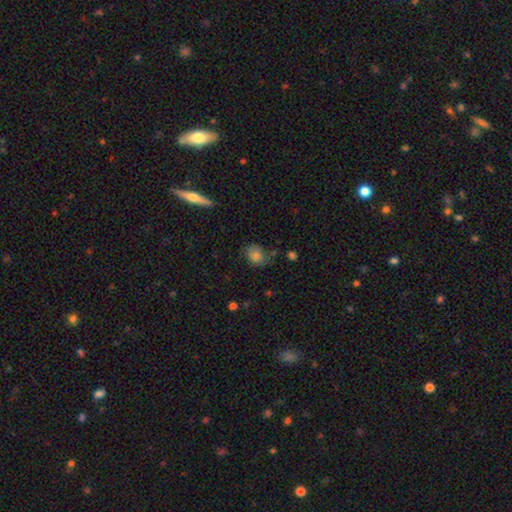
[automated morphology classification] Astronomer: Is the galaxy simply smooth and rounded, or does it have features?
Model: smooth — 78%.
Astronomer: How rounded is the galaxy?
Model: in between — 50% (runner-up: round, 48%).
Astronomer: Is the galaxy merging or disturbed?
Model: none — 64%.